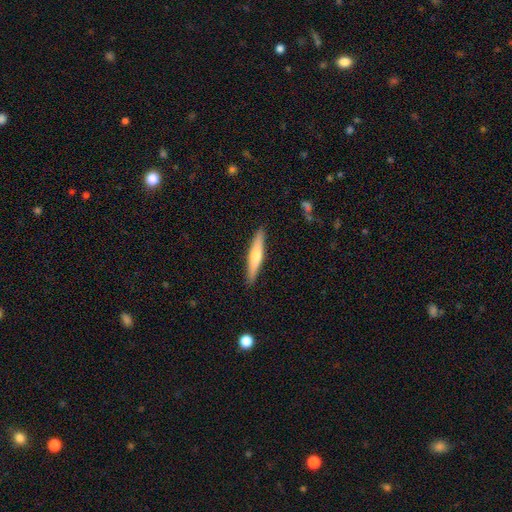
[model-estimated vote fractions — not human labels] Smooth or featured? Predicted: smooth (p=0.52). How rounded? Predicted: cigar-shaped (p=0.90). Merging? Predicted: none (p=0.90).